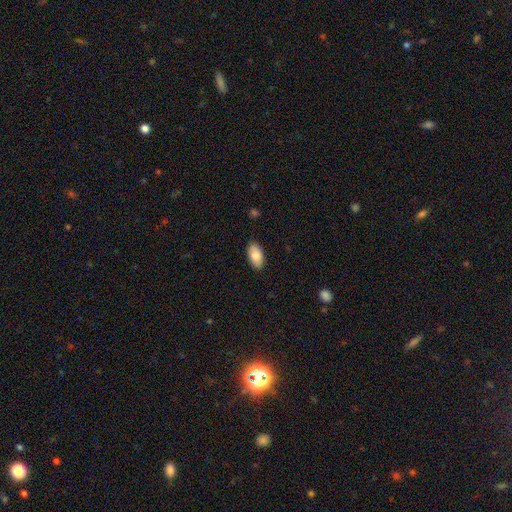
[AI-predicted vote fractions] The model was most divided on "smooth or featured": smooth: 81%, featured or disk: 12%, star or artifact: 6%. More confident: how rounded — in between (94%); merging — none (88%).